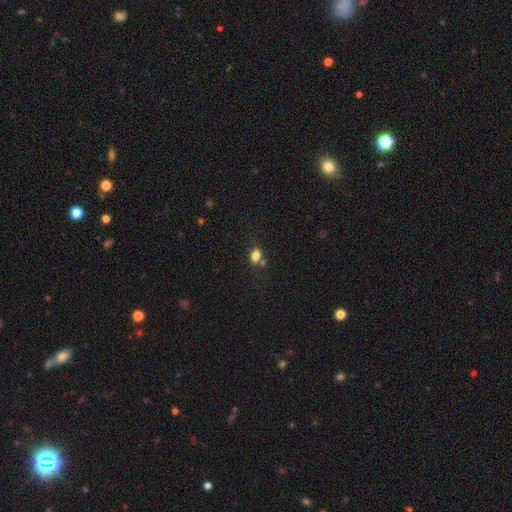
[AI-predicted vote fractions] Morphology: type=smooth (80%); roundness=in between (69%); merging=none (59%).